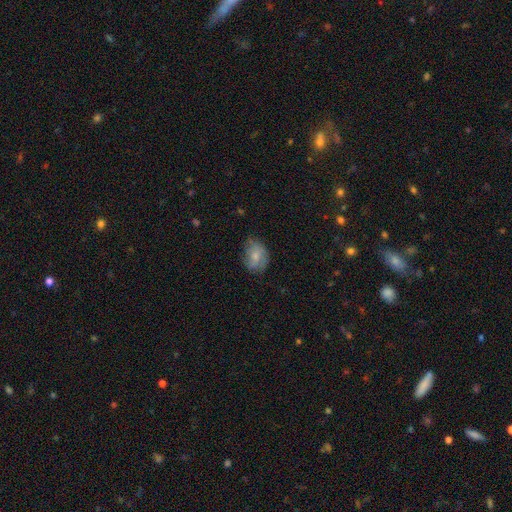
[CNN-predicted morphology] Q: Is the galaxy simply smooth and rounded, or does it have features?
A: smooth — 70%.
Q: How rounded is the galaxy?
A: in between — 65%.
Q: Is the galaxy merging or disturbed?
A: none — 64%.